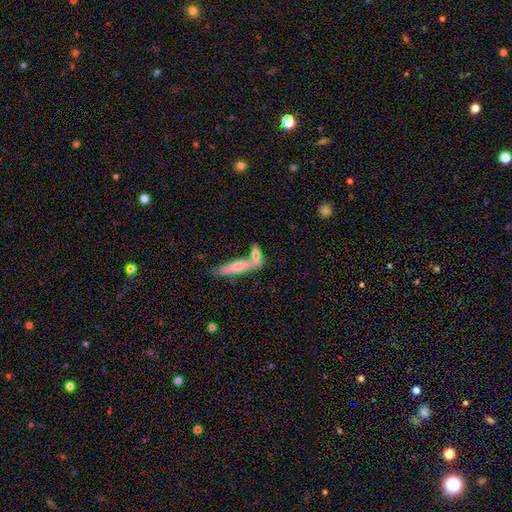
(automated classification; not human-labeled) A smooth galaxy with no disk features (67%) that is cigar-shaped (62%). Merging: none (44%).